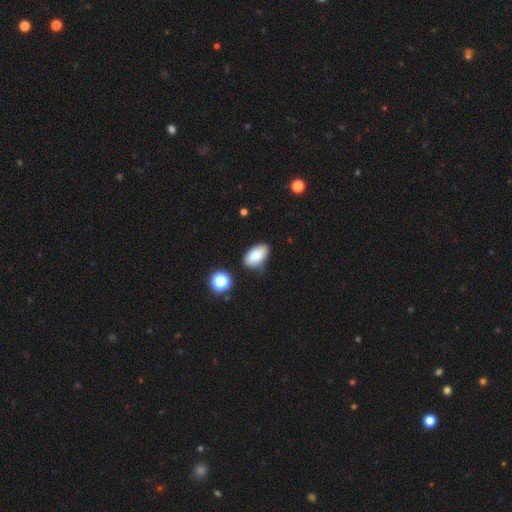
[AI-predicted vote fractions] A smooth galaxy with no disk features (83%) that is in between round and cigar-shaped (93%).

Vote fractions:
- Smooth or featured? smooth: 83% / star or artifact: 9% / featured or disk: 8%
- How rounded? in between: 93% / round: 5% / cigar-shaped: 2%
- Merging? none: 72% / minor disturbance: 20% / merger: 4% / major disturbance: 4%